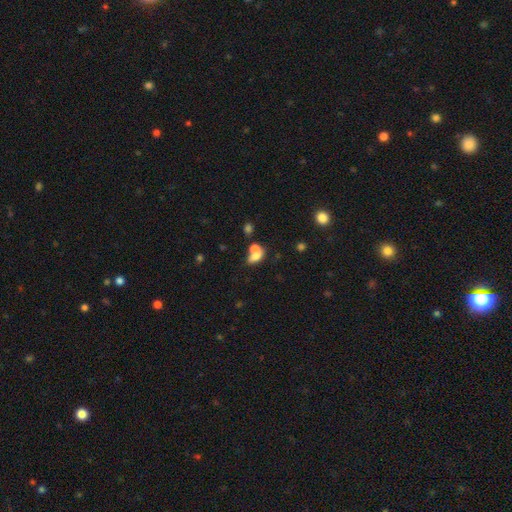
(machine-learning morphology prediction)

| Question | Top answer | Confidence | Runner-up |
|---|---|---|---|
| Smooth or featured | smooth | 69% | featured or disk (19%) |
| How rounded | in between | 71% | round (25%) |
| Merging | merger | 59% | none (26%) |